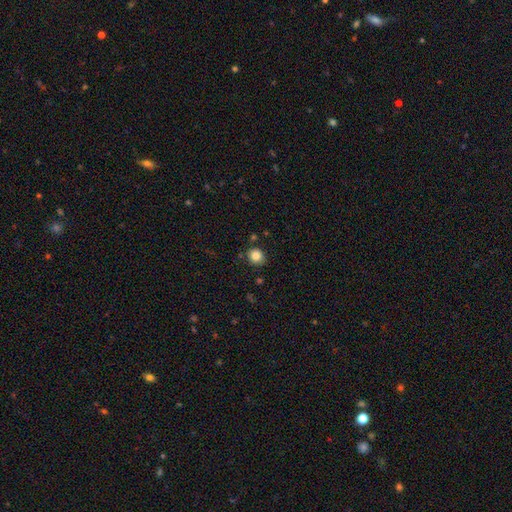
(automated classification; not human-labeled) smooth 84%, star or artifact 11%, featured or disk 5%. Down the decision tree: how rounded — round (82%); merging — none (85%).